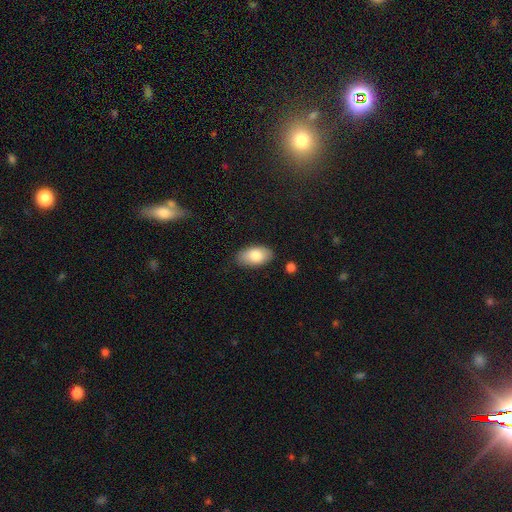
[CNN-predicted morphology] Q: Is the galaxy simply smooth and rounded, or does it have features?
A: smooth — 83%.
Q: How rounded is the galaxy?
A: in between — 94%.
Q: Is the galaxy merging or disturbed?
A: none — 82%.